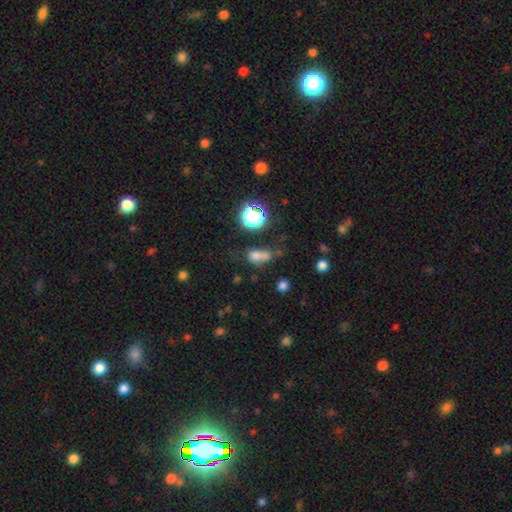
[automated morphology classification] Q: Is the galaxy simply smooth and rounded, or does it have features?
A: smooth — 66%.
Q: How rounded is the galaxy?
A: in between — 62%.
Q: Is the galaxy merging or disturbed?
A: none — 40%.